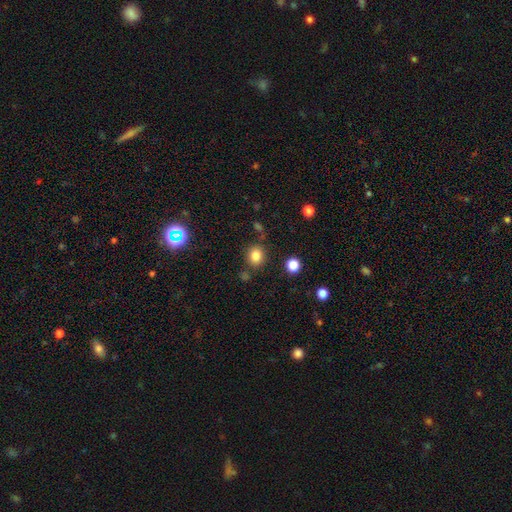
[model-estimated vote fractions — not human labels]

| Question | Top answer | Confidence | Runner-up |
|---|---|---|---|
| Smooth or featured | smooth | 82% | star or artifact (13%) |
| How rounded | round | 71% | in between (28%) |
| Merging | none | 80% | minor disturbance (11%) |